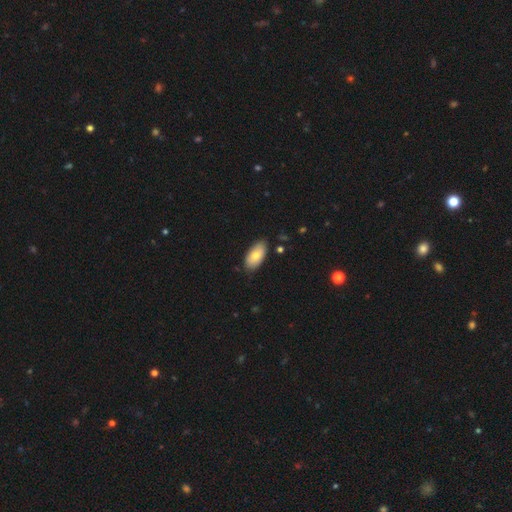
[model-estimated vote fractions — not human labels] Q: Smooth or featured?
A: smooth (76%); runner-up: featured or disk (18%)
Q: How rounded?
A: in between (94%); runner-up: cigar-shaped (3%)
Q: Merging?
A: none (81%); runner-up: minor disturbance (15%)